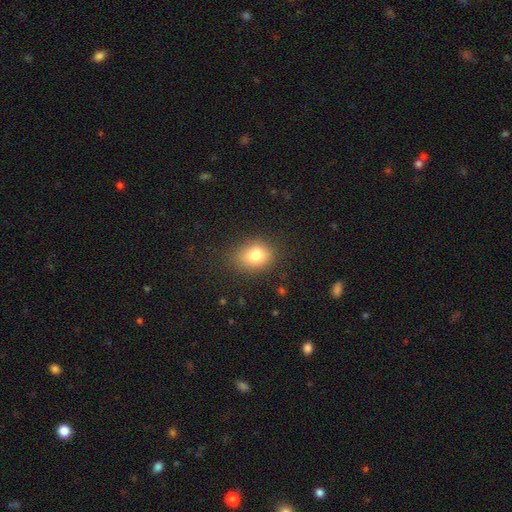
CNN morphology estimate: Smooth or featured: smooth — 80% (star or artifact — 11%)
How rounded: in between — 56% (round — 43%)
Merging: none — 78% (minor disturbance — 16%)